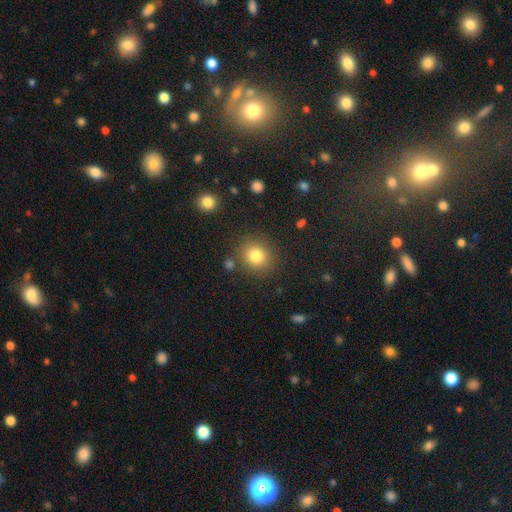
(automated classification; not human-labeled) Smooth or featured? Predicted: smooth (p=0.81). How rounded? Predicted: round (p=0.82). Merging? Predicted: none (p=0.83).